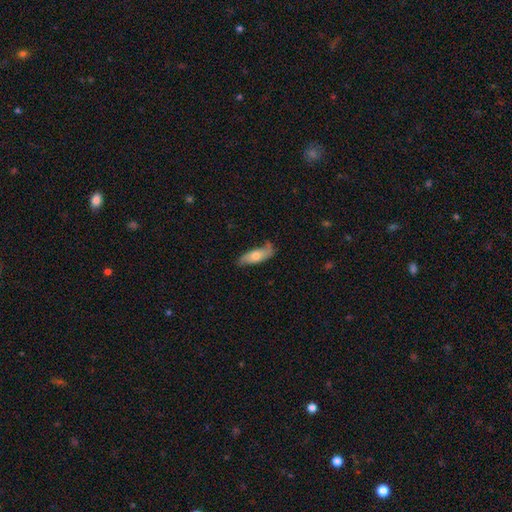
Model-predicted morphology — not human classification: This appears to be a smooth galaxy with no disk features (50%) that is in between round and cigar-shaped (60%). Merging: none (66%).